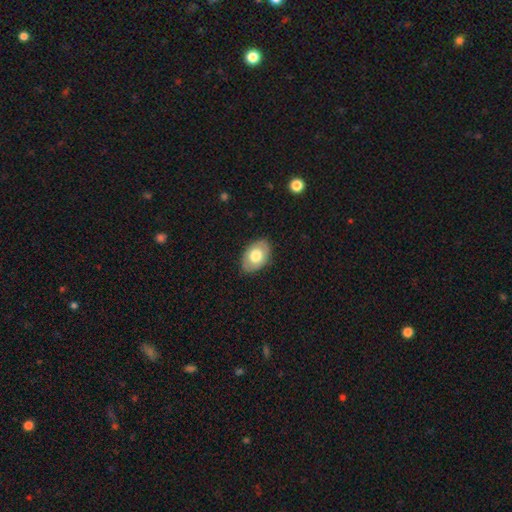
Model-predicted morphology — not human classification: Overall: smooth (68%). How rounded: in between (87%). Merging: none (85%).